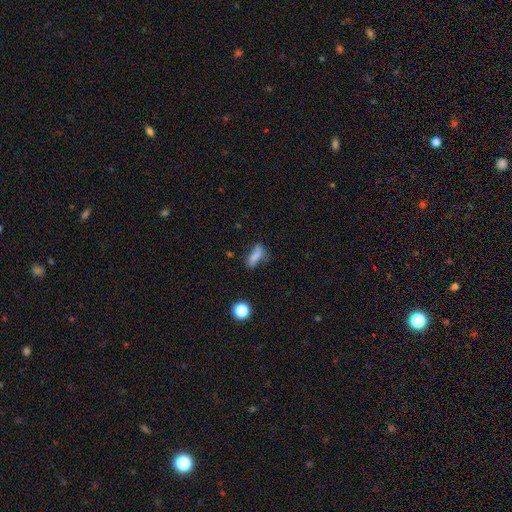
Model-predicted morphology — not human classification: type=smooth (72%); roundness=in between (63%); merging=none (48%).